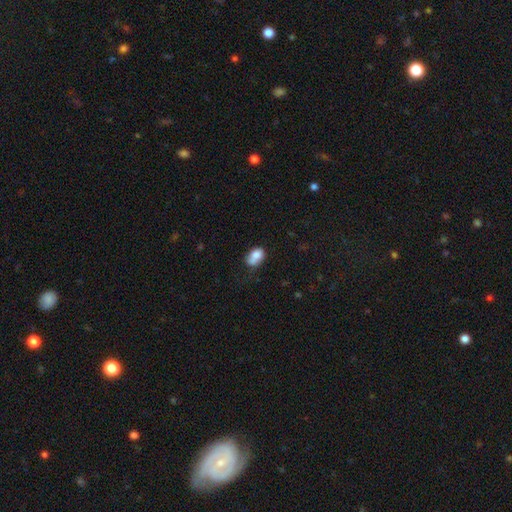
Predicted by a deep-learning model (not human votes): This appears to be a smooth galaxy with no disk features (76%) that is in between round and cigar-shaped (78%). Merging: none (38%).